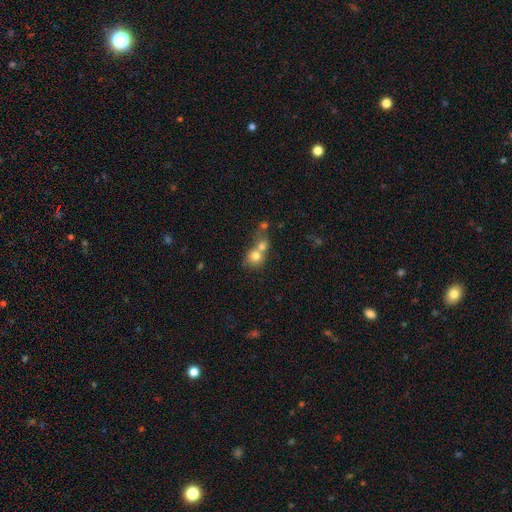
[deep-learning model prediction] Q: Smooth or featured?
A: smooth (74%); runner-up: featured or disk (15%)
Q: How rounded?
A: round (78%); runner-up: in between (21%)
Q: Merging?
A: merger (64%); runner-up: none (26%)